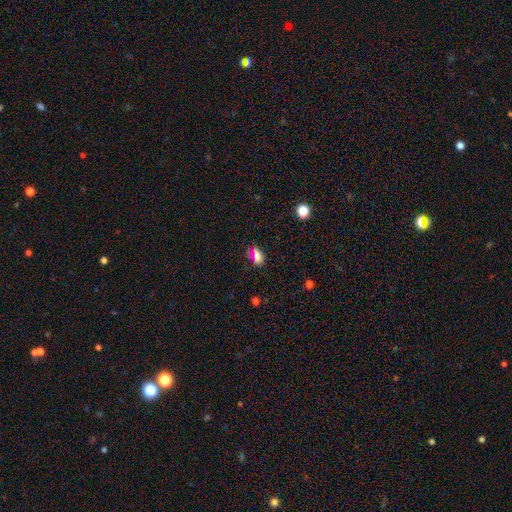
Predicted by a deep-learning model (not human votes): This is likely a smooth galaxy (75%). How rounded: likely in between (75%). Merging: likely none (79%).